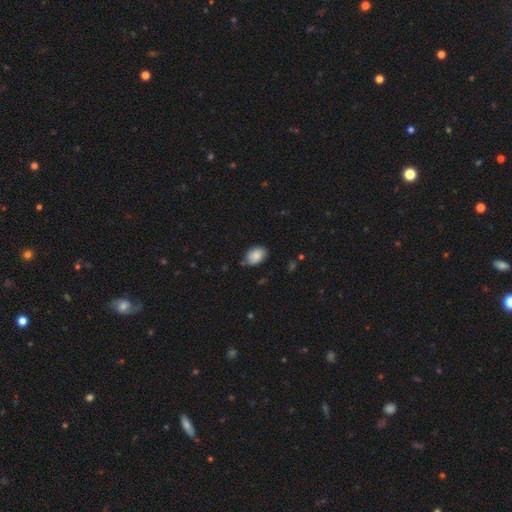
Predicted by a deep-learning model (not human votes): Q: Smooth or featured?
A: smooth (86%); runner-up: star or artifact (7%)
Q: How rounded?
A: in between (81%); runner-up: round (18%)
Q: Merging?
A: none (73%); runner-up: minor disturbance (21%)